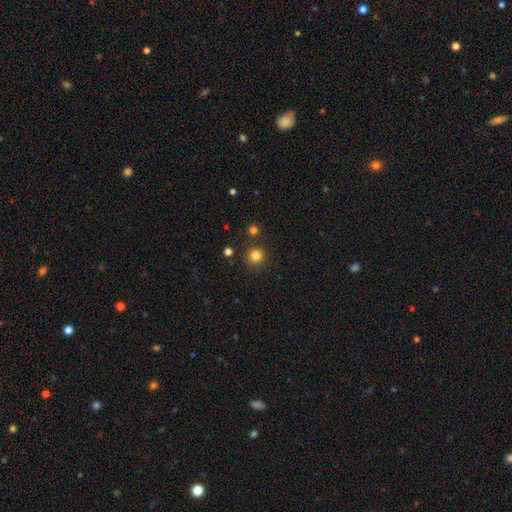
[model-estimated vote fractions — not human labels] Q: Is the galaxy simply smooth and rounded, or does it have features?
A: smooth — 81%.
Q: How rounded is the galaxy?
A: round — 95%.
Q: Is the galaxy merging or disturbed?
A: none — 86%.